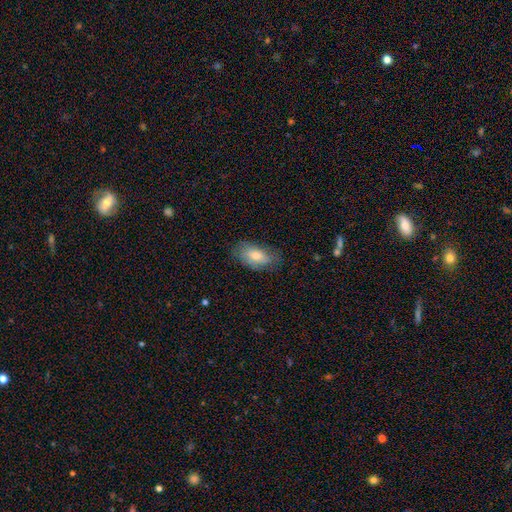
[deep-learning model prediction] Morphology: type=smooth (67%); roundness=in between (90%); merging=none (73%).